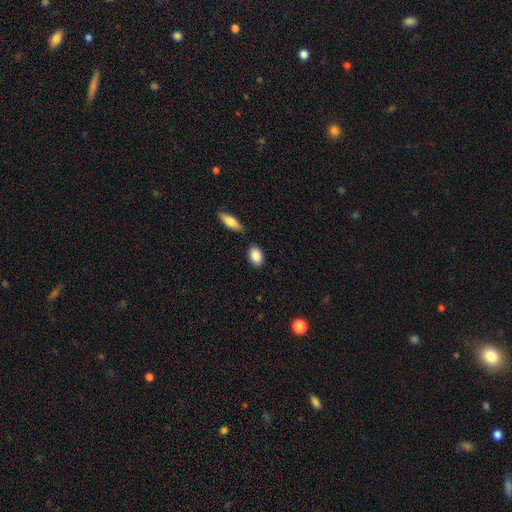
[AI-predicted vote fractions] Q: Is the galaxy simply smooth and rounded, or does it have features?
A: smooth — 88%.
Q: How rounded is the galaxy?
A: in between — 86%.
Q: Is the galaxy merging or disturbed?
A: none — 81%.